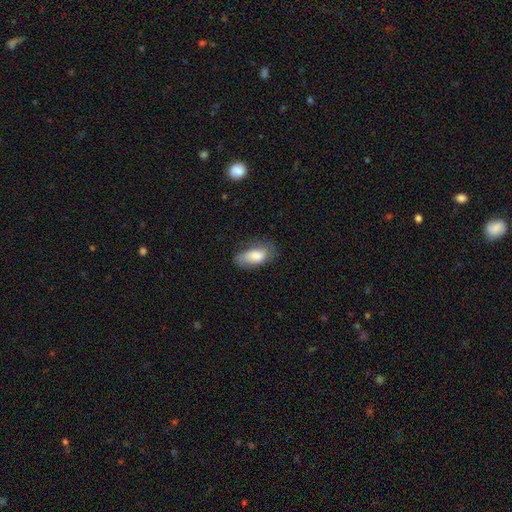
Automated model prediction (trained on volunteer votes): Overall: smooth (75%). How rounded: in between (90%). Merging: none (58%; minor disturbance 29%).